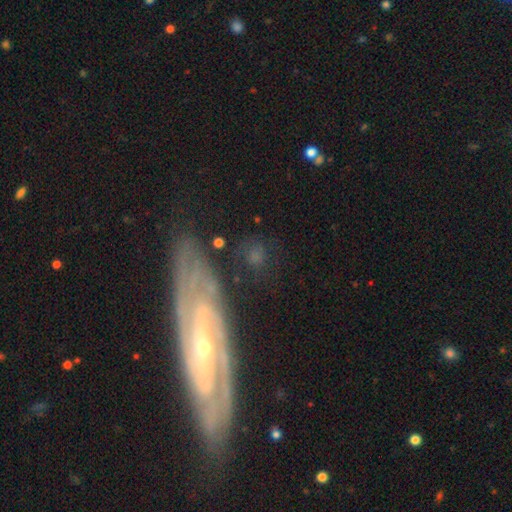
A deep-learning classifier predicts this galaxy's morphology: The model was most divided on "smooth or featured": smooth: 46%, featured or disk: 36%, star or artifact: 18%. More confident: merging — none (70%).